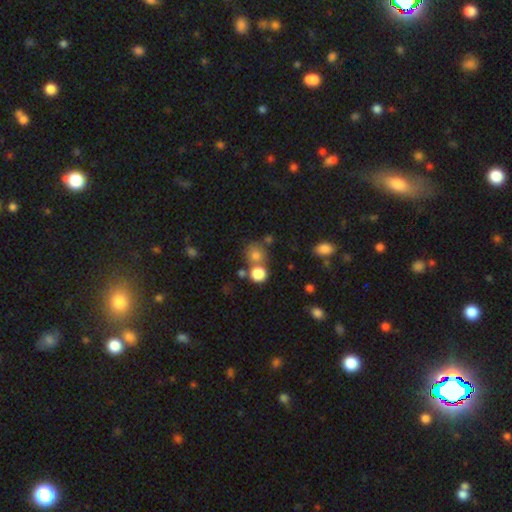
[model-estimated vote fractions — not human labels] Smooth or featured? Predicted: smooth (p=0.76). How rounded? Predicted: round (p=0.82). Merging? Predicted: none (p=0.58).